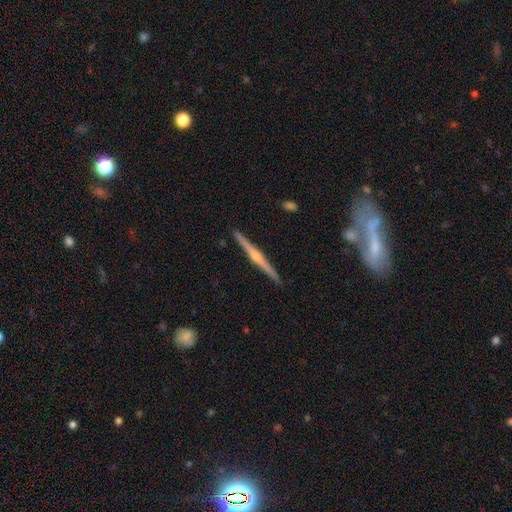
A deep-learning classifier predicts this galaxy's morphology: Smooth or featured: featured or disk — 80% (smooth — 13%)
Edge-on disk: yes — 97% (no — 3%)
Edge-on bulge: rounded — 87% (none — 8%)
Merging: none — 85% (minor disturbance — 9%)